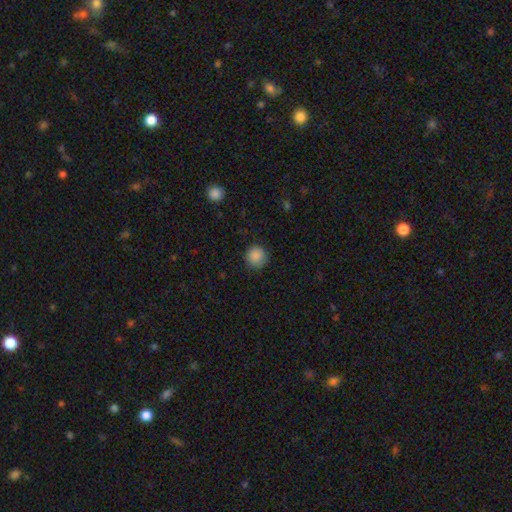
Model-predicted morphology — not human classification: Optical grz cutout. It shows a smooth galaxy with no disk features (87%) that is round (94%). Merging: none (86%).